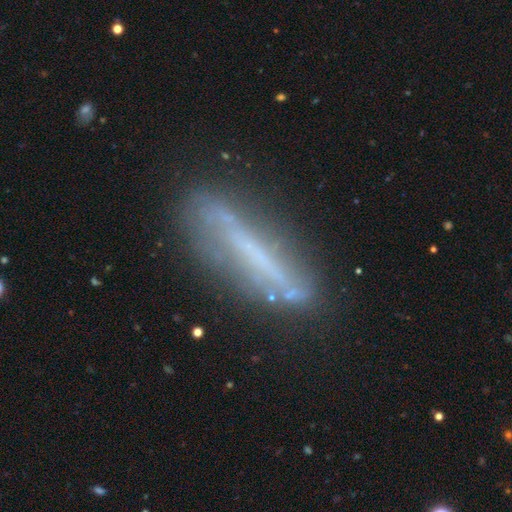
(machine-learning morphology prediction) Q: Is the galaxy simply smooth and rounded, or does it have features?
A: featured or disk — 58%.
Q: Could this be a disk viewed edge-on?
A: yes — 72%.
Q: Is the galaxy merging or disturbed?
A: none — 72%.